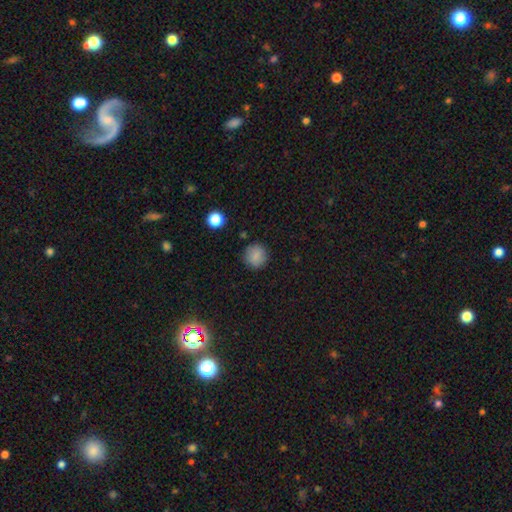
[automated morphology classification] smooth_or_featured: smooth (p=0.85) [alt: star or artifact p=0.10]
how_rounded: round (p=0.91) [alt: in between p=0.08]
merging: none (p=0.87) [alt: minor disturbance p=0.09]